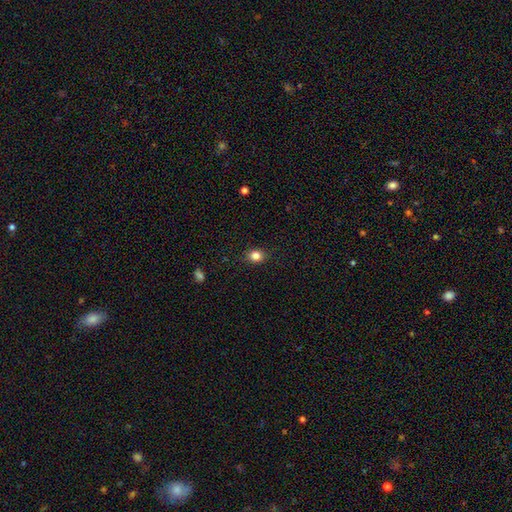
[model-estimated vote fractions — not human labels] The model was most divided on "how rounded": round: 66%, in between: 33%, cigar-shaped: 1%. More confident: merging — none (88%); smooth or featured — smooth (84%).